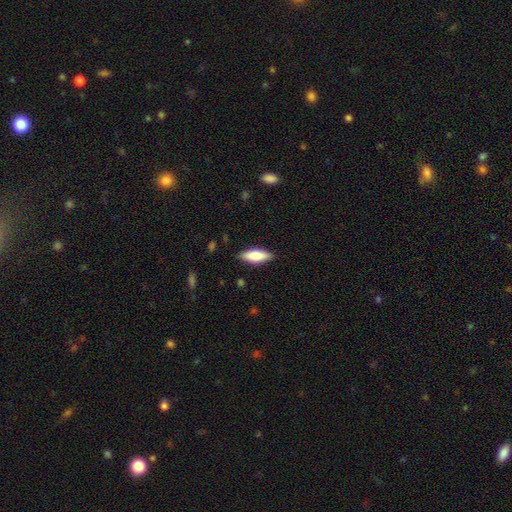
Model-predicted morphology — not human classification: Smooth or featured?
  - smooth: 73% *
  - featured or disk: 21%
  - star or artifact: 6%
How rounded?
  - in between: 67% *
  - cigar-shaped: 32%
  - round: 2%
Merging?
  - none: 86% *
  - minor disturbance: 10%
  - major disturbance: 2%
  - merger: 1%